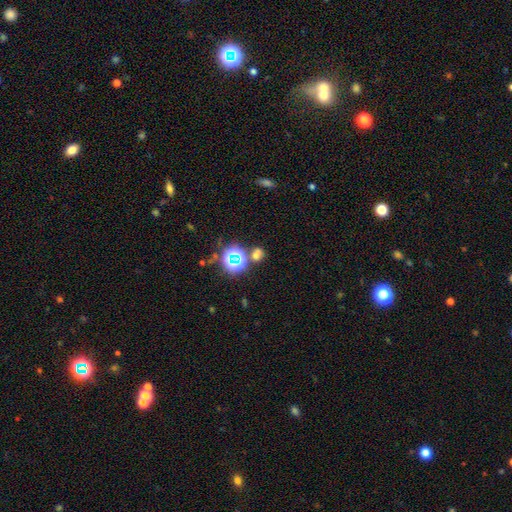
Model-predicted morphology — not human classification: smooth 48%, star or artifact 44%, featured or disk 8%. Down the decision tree: merging — none (64%).